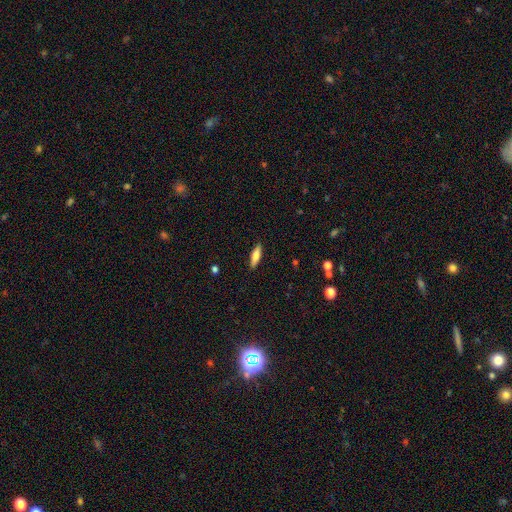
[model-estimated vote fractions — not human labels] Morphology: type=smooth (69%); roundness=cigar-shaped (58%); merging=none (89%).